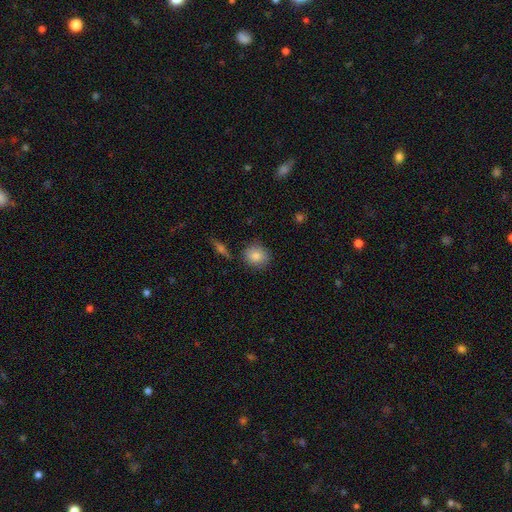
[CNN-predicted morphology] type=smooth (84%); roundness=round (78%); merging=none (83%).